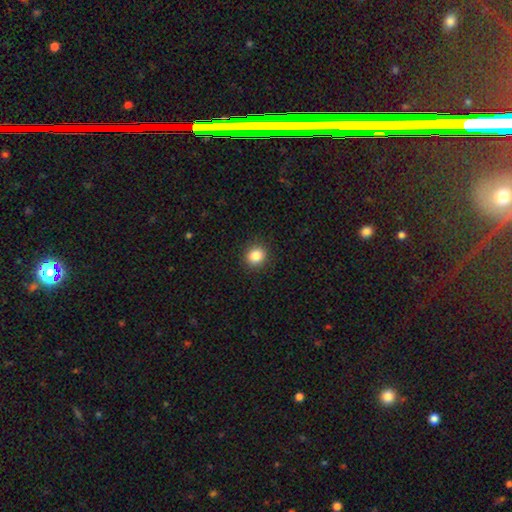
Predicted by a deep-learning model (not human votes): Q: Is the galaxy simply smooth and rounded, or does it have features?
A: smooth — 85%.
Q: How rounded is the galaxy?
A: round — 83%.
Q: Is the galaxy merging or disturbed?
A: none — 91%.